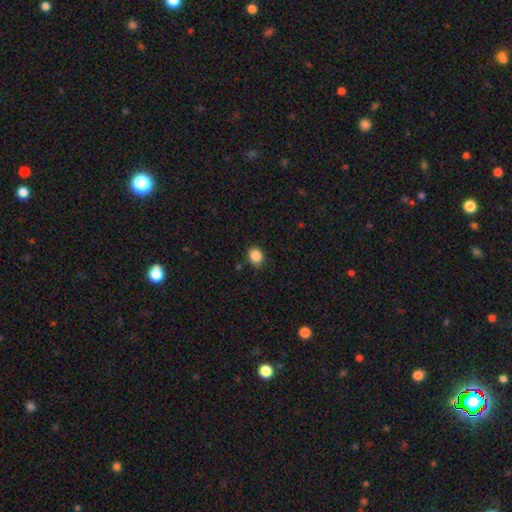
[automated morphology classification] A smooth galaxy with no disk features (88%) that is round (64%). Merging: none (86%).